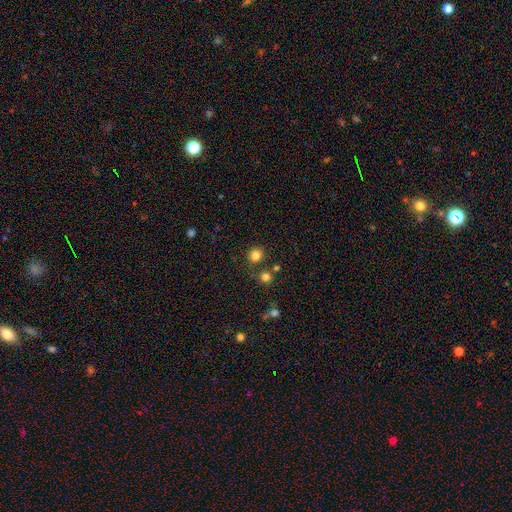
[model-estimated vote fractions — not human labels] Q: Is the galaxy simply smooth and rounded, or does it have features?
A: smooth — 81%.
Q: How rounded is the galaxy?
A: round — 91%.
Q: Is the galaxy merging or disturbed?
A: none — 81%.